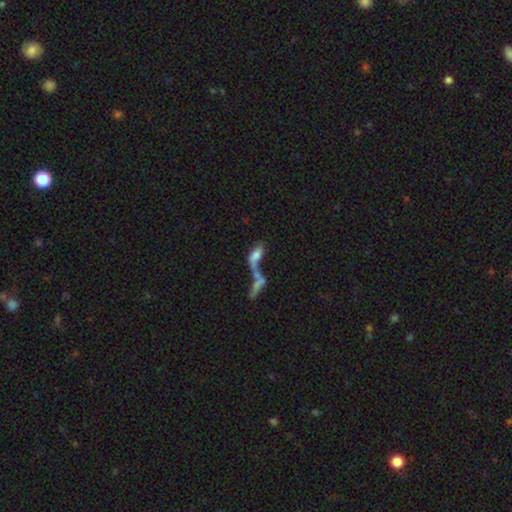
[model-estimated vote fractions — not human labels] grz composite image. It shows a smooth galaxy with no disk features (55%) that is in between round and cigar-shaped (69%). Merging: merger (68%).